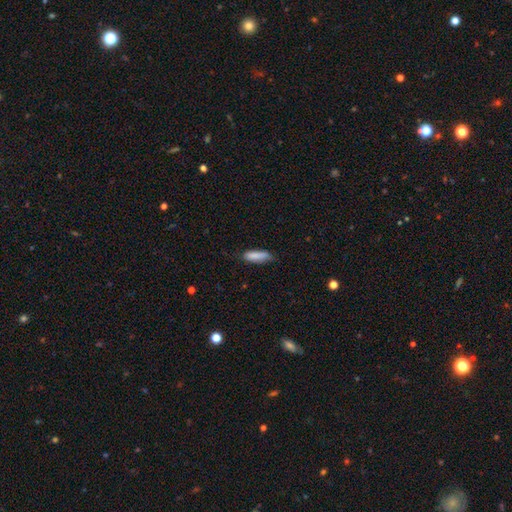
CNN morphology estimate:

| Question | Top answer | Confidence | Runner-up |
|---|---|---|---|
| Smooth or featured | smooth | 85% | featured or disk (8%) |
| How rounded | cigar-shaped | 54% | in between (45%) |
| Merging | none | 66% | minor disturbance (27%) |